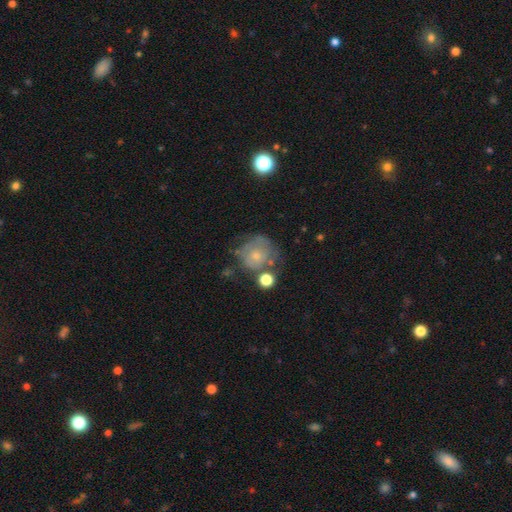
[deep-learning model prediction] Smooth or featured?
  - smooth: 50% *
  - featured or disk: 40%
  - star or artifact: 10%
Merging?
  - none: 46% *
  - minor disturbance: 25%
  - major disturbance: 17%
  - merger: 12%